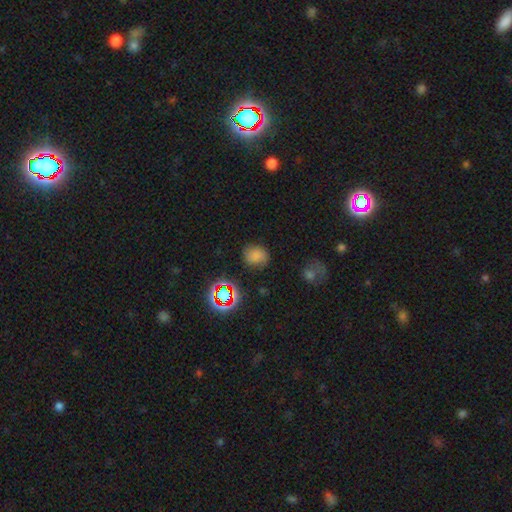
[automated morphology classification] Q: Smooth or featured?
A: smooth (70%); runner-up: star or artifact (20%)
Q: How rounded?
A: round (70%); runner-up: in between (29%)
Q: Merging?
A: none (74%); runner-up: minor disturbance (18%)